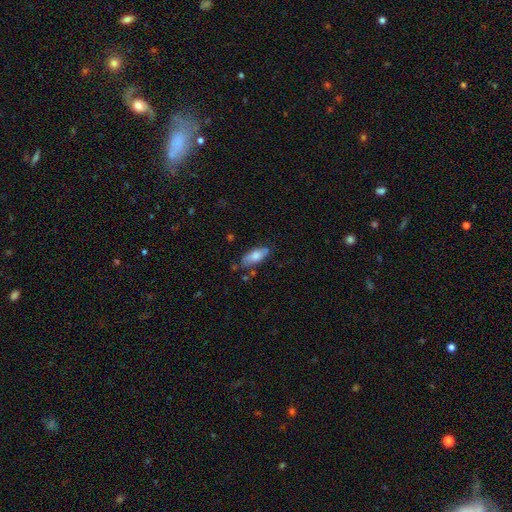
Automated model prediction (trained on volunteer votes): This is likely a smooth galaxy (75%). How rounded: clearly in between (80%). Merging: likely none (72%).